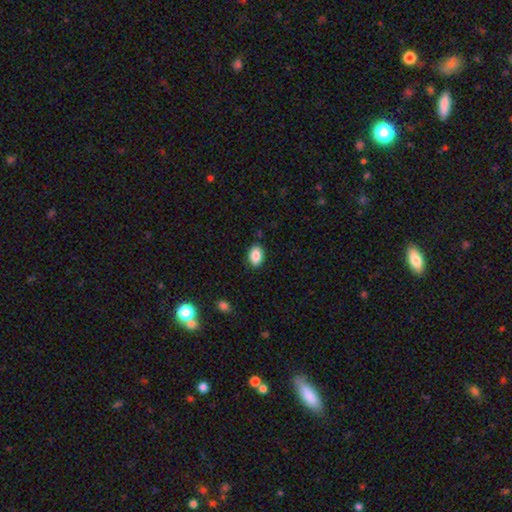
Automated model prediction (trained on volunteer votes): The model was most divided on "merging": none: 86%, minor disturbance: 10%, major disturbance: 2%, merger: 1%. More confident: how rounded — in between (88%); smooth or featured — smooth (88%).